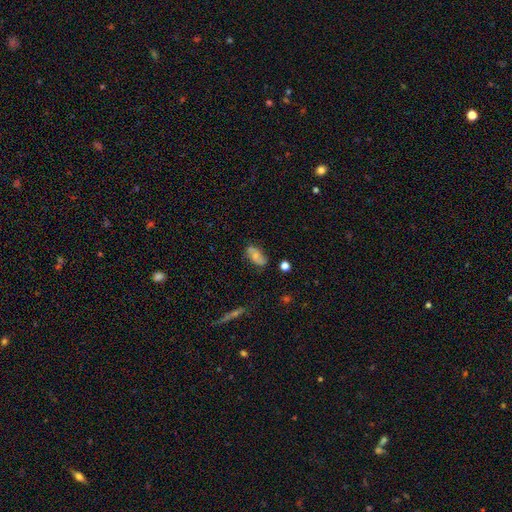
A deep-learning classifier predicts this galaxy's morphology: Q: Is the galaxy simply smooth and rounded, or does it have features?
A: smooth — 51%.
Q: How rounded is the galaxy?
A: in between — 88%.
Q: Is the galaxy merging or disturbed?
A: none — 69%.